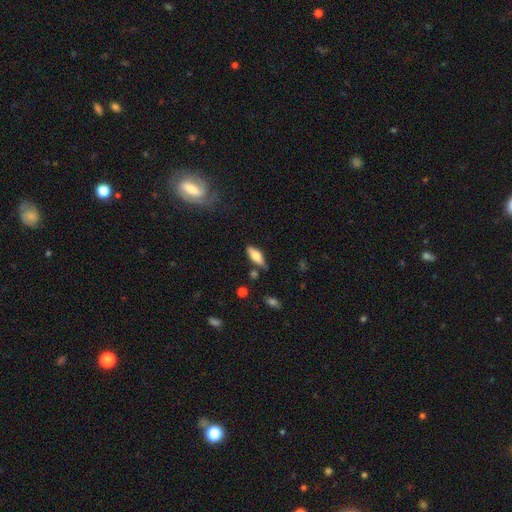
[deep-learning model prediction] Smooth or featured?
  - smooth: 63% *
  - featured or disk: 30%
  - star or artifact: 7%
How rounded?
  - in between: 66% *
  - cigar-shaped: 31%
  - round: 2%
Merging?
  - none: 73% *
  - minor disturbance: 18%
  - merger: 4%
  - major disturbance: 4%